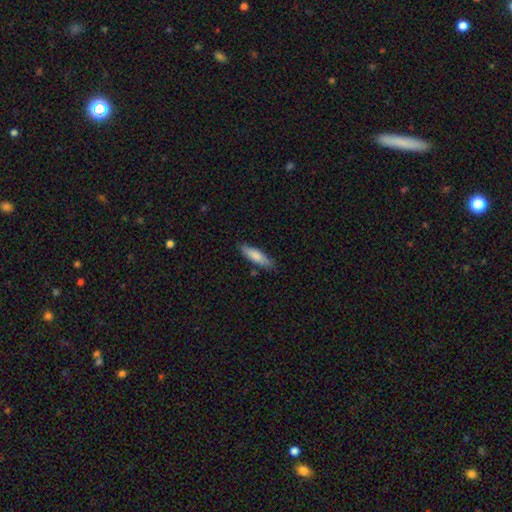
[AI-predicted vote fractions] Smooth or featured? Predicted: smooth (p=0.78). How rounded? Predicted: cigar-shaped (p=0.65). Merging? Predicted: none (p=0.83).